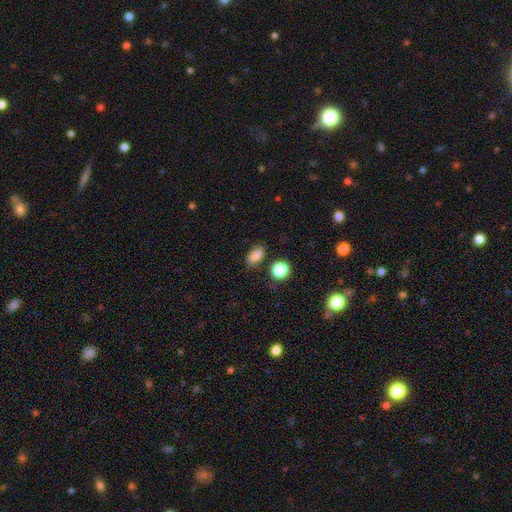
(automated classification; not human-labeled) Overall: smooth (82%). How rounded: in between (81%). Merging: none (76%).